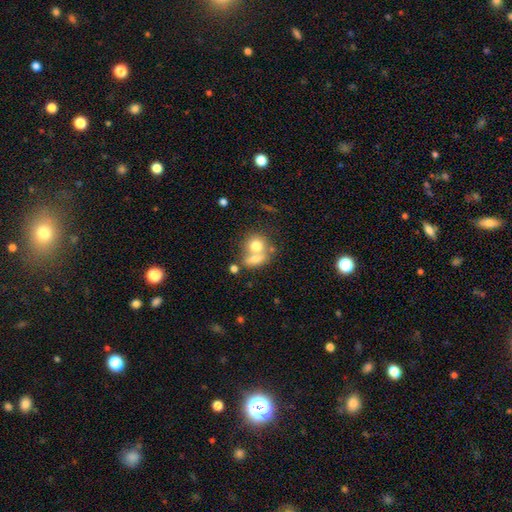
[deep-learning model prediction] smooth-or-featured: smooth: 70% | featured or disk: 21% | star or artifact: 9%
  how-rounded: round: 58% | in between: 39% | cigar-shaped: 4%
  merging: merger: 59% | none: 28% | minor disturbance: 8% | major disturbance: 5%